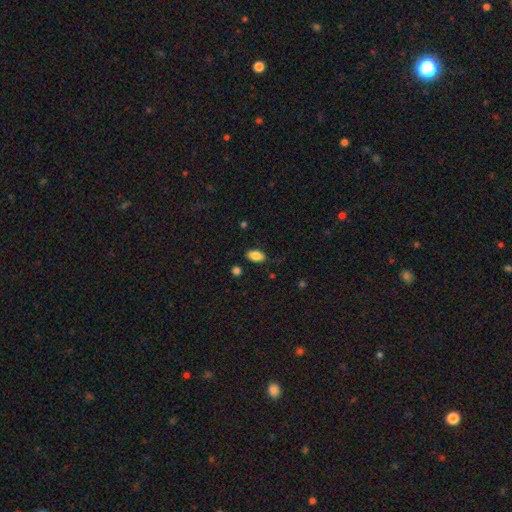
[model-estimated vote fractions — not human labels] Q: Smooth or featured?
A: smooth (87%); runner-up: star or artifact (8%)
Q: How rounded?
A: in between (92%); runner-up: round (5%)
Q: Merging?
A: none (83%); runner-up: minor disturbance (12%)